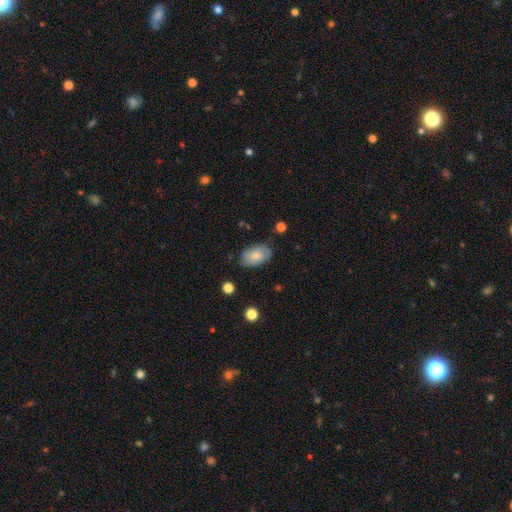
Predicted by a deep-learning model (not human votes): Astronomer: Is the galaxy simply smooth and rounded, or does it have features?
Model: smooth — 76%.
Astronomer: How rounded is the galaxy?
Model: in between — 92%.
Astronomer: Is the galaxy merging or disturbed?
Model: none — 76%.